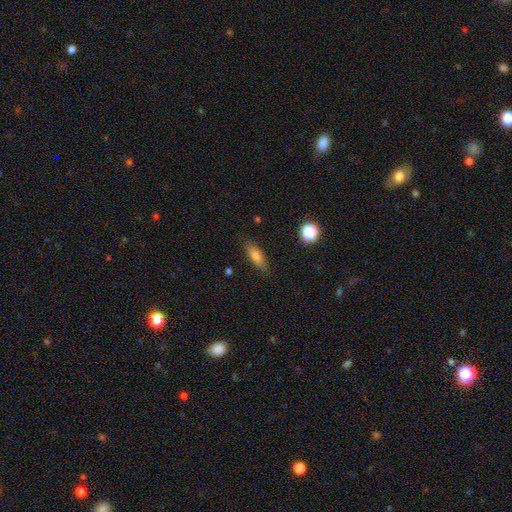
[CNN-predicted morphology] Smooth or featured: smooth — 70% (featured or disk — 21%)
How rounded: in between — 50% (cigar-shaped — 46%)
Merging: none — 83% (minor disturbance — 13%)